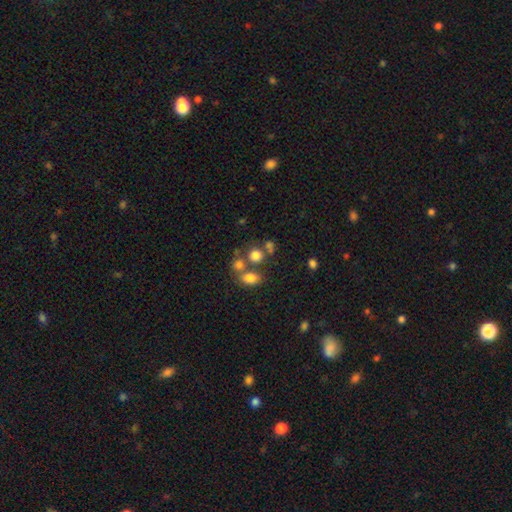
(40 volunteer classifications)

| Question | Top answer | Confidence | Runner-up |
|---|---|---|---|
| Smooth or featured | smooth | 60% | featured or disk (30%) |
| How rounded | round | 71% | in between (29%) |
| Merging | none | 42% | merger (33%) |